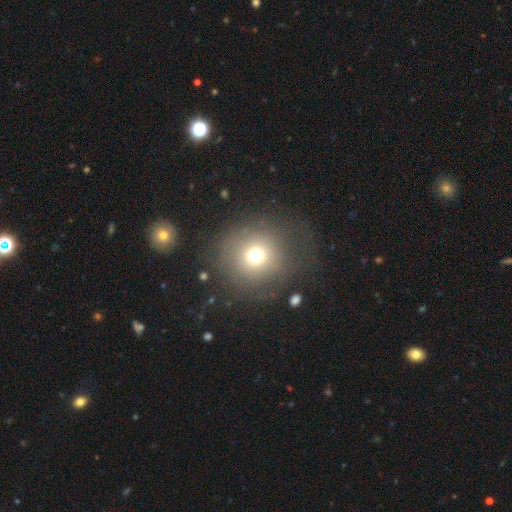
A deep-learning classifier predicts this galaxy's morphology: This is likely a smooth galaxy (69%). How rounded: clearly round (93%). Merging: likely none (71%).